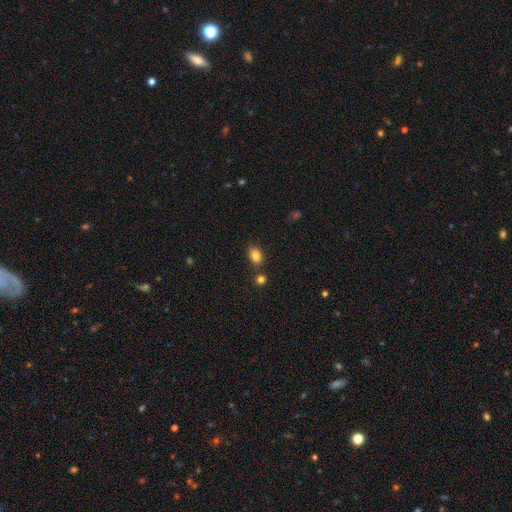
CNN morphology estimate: A smooth galaxy with no disk features (84%) that is in between round and cigar-shaped (82%). Merging: none (75%).